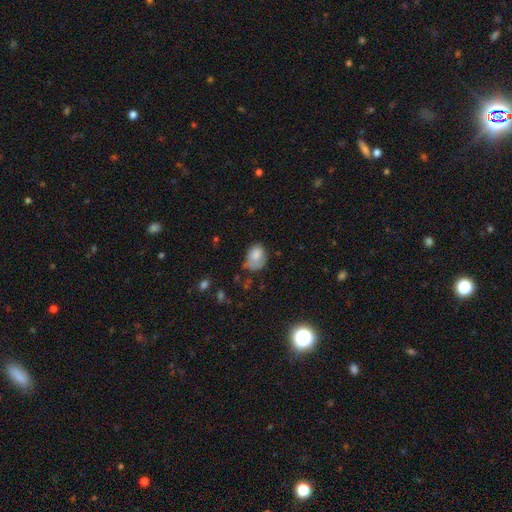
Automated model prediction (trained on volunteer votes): This appears to be a smooth galaxy with no disk features (78%) that is in between round and cigar-shaped (69%). Merging: none (42%).